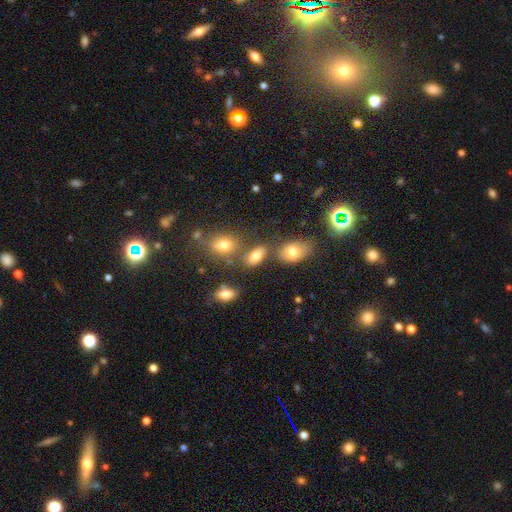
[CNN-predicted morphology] A smooth galaxy with no disk features (77%) that is in between round and cigar-shaped (87%).

Vote fractions:
- Smooth or featured? smooth: 77% / star or artifact: 13% / featured or disk: 11%
- How rounded? in between: 87% / round: 10% / cigar-shaped: 4%
- Merging? none: 62% / merger: 18% / minor disturbance: 15% / major disturbance: 6%